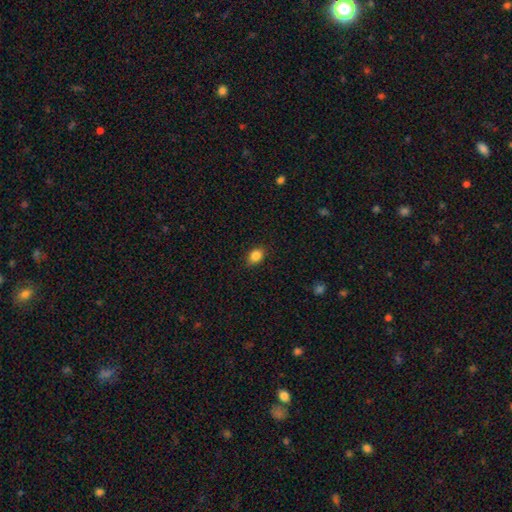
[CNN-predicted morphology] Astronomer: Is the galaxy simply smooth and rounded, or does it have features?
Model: smooth — 85%.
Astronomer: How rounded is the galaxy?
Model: in between — 66%.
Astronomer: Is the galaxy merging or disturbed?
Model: none — 87%.